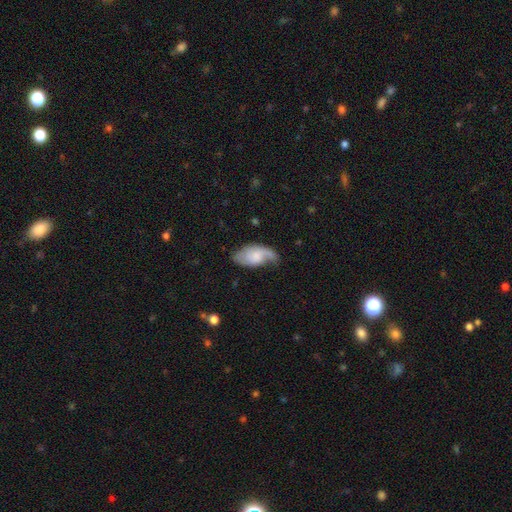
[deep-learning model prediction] The model was most divided on "smooth or featured": featured or disk: 48%, smooth: 45%, star or artifact: 7%. Remaining: merging — none (46%).